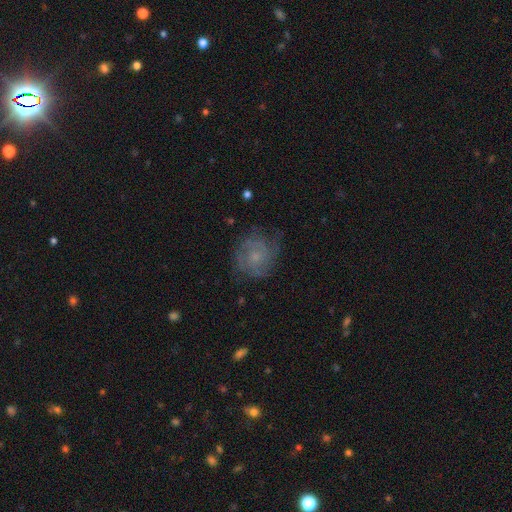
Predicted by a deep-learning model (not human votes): This is possibly a featured or disk galaxy (54%). It is clearly not viewed edge-on (97%). Bar: likely no (80%). Spiral arm pattern: likely yes (79%). Central bulge: possibly small (54%). Merging: likely none (66%).